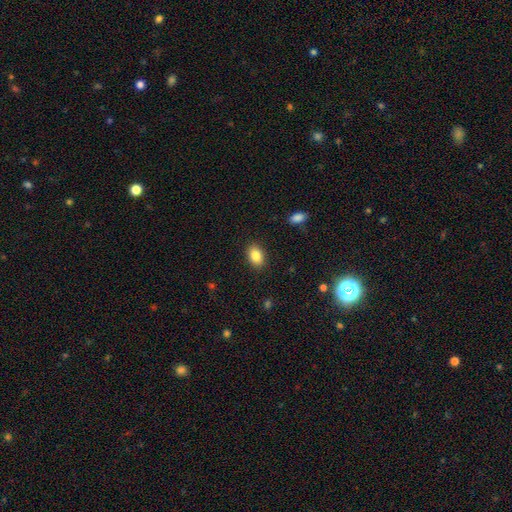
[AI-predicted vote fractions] Smooth or featured? Predicted: smooth (p=0.85). How rounded? Predicted: in between (p=0.85). Merging? Predicted: none (p=0.88).